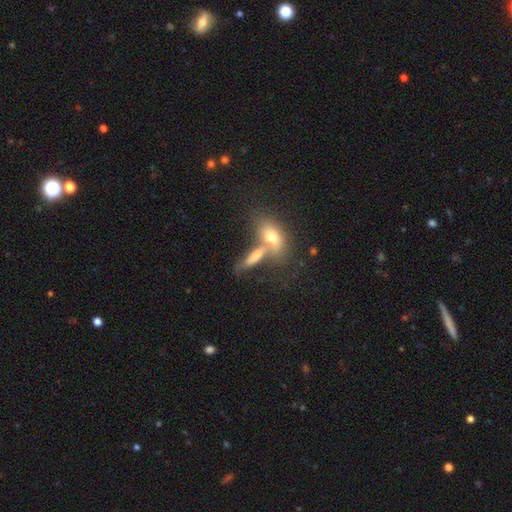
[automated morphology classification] The model was most divided on "merging": merger: 45%, none: 39%, minor disturbance: 11%, major disturbance: 5%. More confident: smooth or featured — smooth (64%); how rounded — in between (54%).